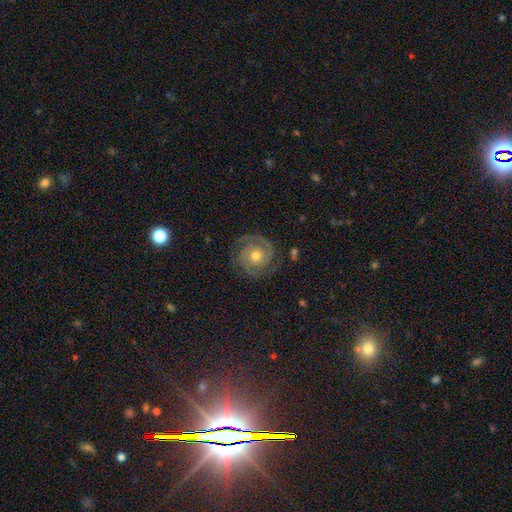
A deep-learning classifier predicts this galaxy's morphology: Q: Smooth or featured?
A: featured or disk (83%); runner-up: smooth (10%)
Q: Edge-on disk?
A: no (98%); runner-up: yes (2%)
Q: Bar?
A: no (80%); runner-up: weak (16%)
Q: Spiral arms?
A: yes (96%); runner-up: no (4%)
Q: Spiral winding?
A: tight (70%); runner-up: medium (25%)
Q: Spiral arm count?
A: 2 (76%); runner-up: can't tell (8%)
Q: Bulge size?
A: moderate (71%); runner-up: small (23%)
Q: Merging?
A: none (82%); runner-up: minor disturbance (12%)